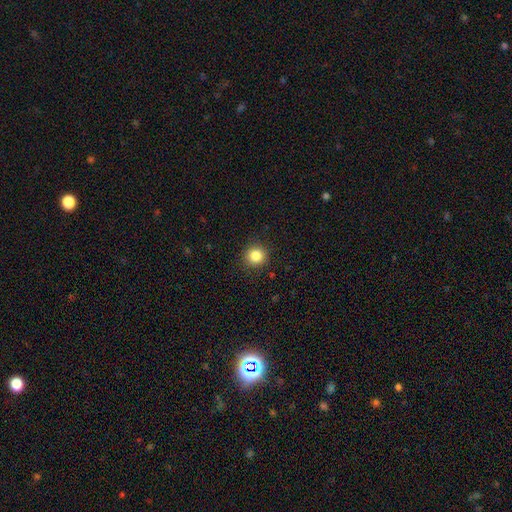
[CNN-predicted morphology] Smooth or featured? smooth (85%)
How rounded? round (91%)
Merging? none (90%)